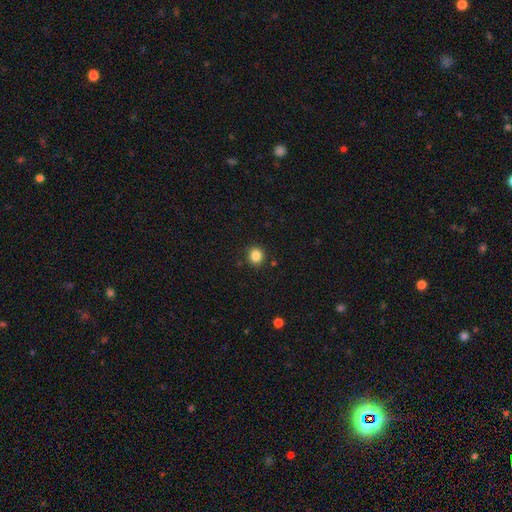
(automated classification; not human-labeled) Q: Smooth or featured?
A: smooth (85%); runner-up: star or artifact (11%)
Q: How rounded?
A: round (84%); runner-up: in between (15%)
Q: Merging?
A: none (90%); runner-up: minor disturbance (7%)